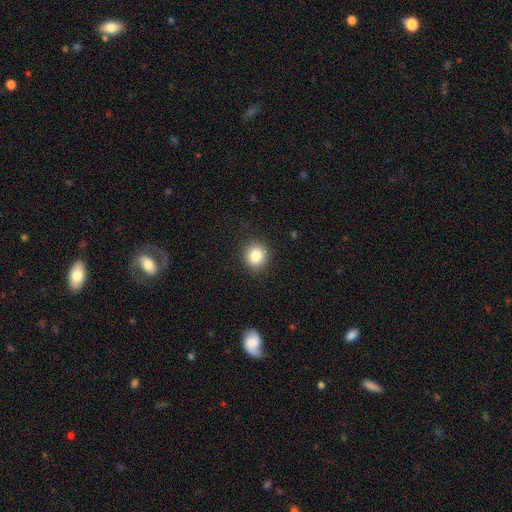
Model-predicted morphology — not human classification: Smooth or featured? Predicted: smooth (p=0.85). How rounded? Predicted: round (p=0.88). Merging? Predicted: none (p=0.90).